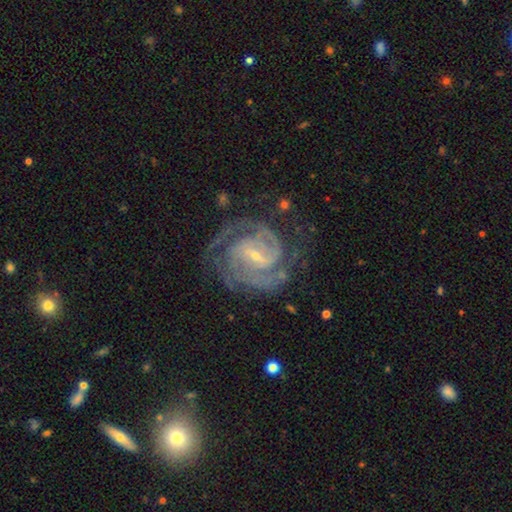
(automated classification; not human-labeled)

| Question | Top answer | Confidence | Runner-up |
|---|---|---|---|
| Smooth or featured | featured or disk | 91% | star or artifact (5%) |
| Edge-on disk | no | 98% | yes (2%) |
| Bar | weak | 49% | strong (31%) |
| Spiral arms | yes | 98% | no (2%) |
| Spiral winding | tight | 62% | medium (33%) |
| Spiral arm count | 2 | 44% | 3 (23%) |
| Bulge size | small | 75% | moderate (21%) |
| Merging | none | 70% | minor disturbance (17%) |